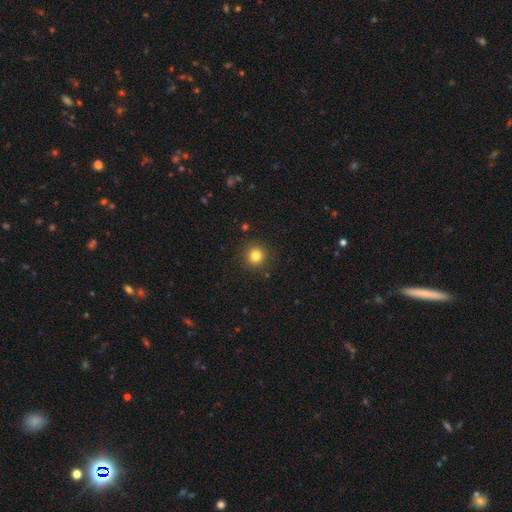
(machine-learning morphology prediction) Overall: smooth (82%). How rounded: round (94%). Merging: none (91%).